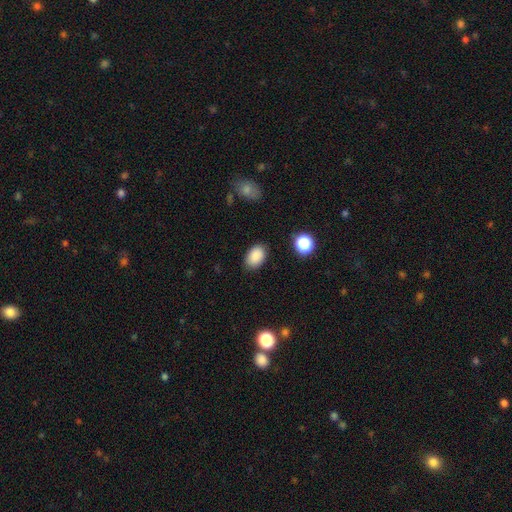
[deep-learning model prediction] smooth_or_featured: smooth (p=0.87) [alt: star or artifact p=0.09]
how_rounded: in between (p=0.85) [alt: round p=0.14]
merging: none (p=0.84) [alt: minor disturbance p=0.12]